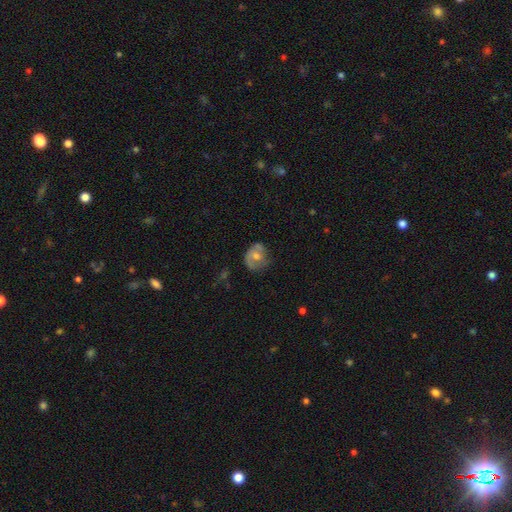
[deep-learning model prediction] This is possibly a smooth galaxy (46%). Merging: possibly none (58%).